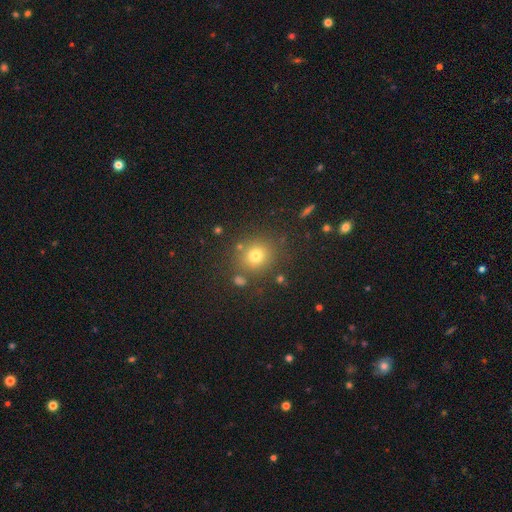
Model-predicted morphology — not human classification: Q: Smooth or featured?
A: smooth (74%); runner-up: star or artifact (17%)
Q: How rounded?
A: round (85%); runner-up: in between (14%)
Q: Merging?
A: none (81%); runner-up: minor disturbance (9%)